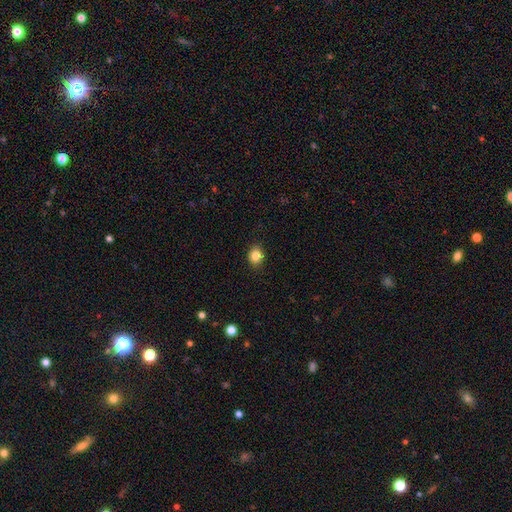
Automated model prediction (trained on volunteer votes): A smooth galaxy with no disk features (85%) that is round (65%). Merging: none (88%).